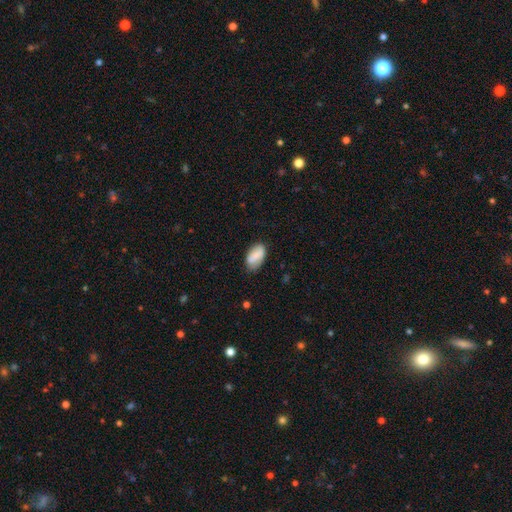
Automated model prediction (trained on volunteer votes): smooth 78%, featured or disk 15%, star or artifact 7%. Down the decision tree: how rounded — in between (93%); merging — none (70%).